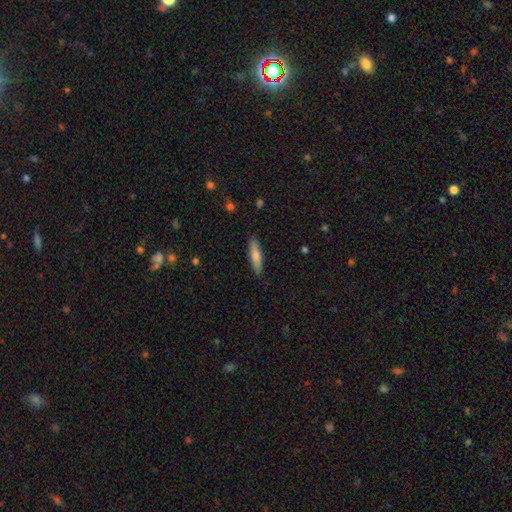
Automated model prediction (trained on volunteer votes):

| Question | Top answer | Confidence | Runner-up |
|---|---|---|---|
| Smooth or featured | smooth | 76% | featured or disk (18%) |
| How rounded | cigar-shaped | 78% | in between (20%) |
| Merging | none | 88% | minor disturbance (9%) |